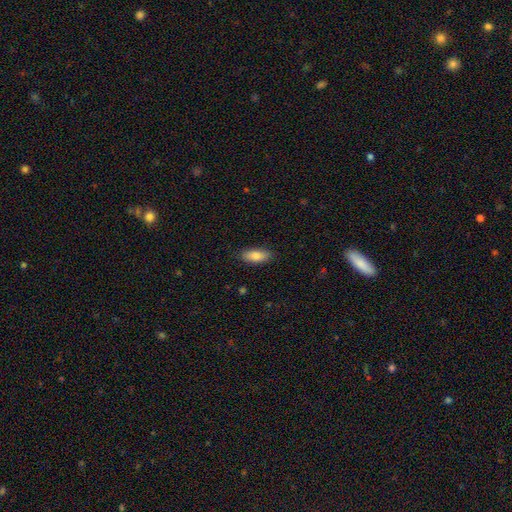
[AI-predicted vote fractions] The model was most divided on "how rounded": in between: 74%, cigar-shaped: 24%, round: 2%. More confident: merging — none (86%); smooth or featured — smooth (84%).